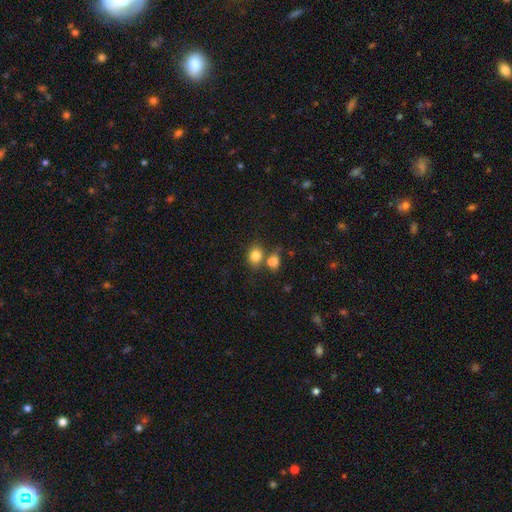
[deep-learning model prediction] A smooth galaxy with no disk features (82%) that is round (51%). Merging: none (53%).